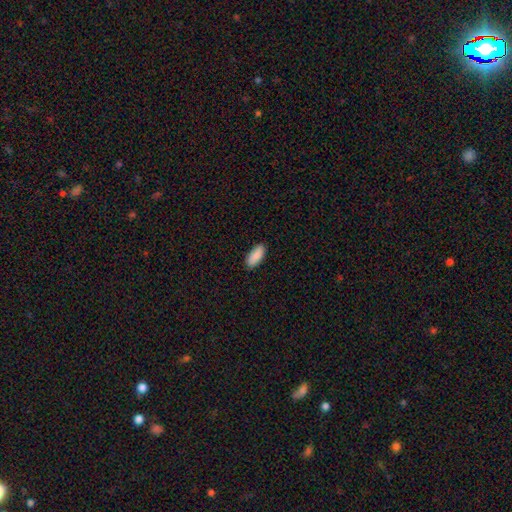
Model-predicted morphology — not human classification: smooth-or-featured: smooth: 90% | star or artifact: 6% | featured or disk: 4%
  how-rounded: in between: 84% | cigar-shaped: 15% | round: 2%
  merging: none: 89% | minor disturbance: 9% | major disturbance: 2% | merger: 1%